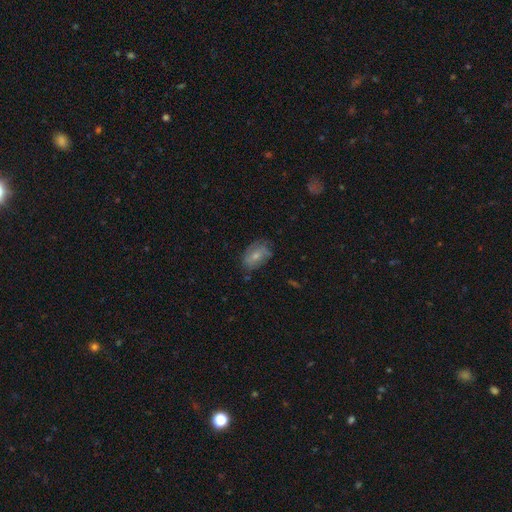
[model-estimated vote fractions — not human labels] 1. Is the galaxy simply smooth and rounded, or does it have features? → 48% smooth, 44% featured or disk, 8% star or artifact.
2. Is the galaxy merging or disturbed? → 60% none, 28% minor disturbance, 10% major disturbance, 2% merger.